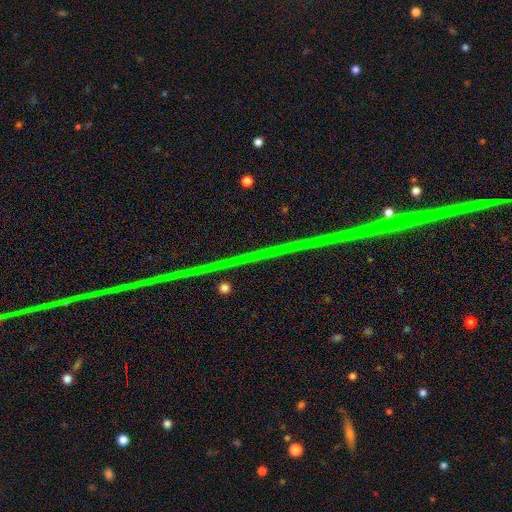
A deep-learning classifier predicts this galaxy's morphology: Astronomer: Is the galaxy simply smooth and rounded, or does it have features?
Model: star or artifact — 88%.